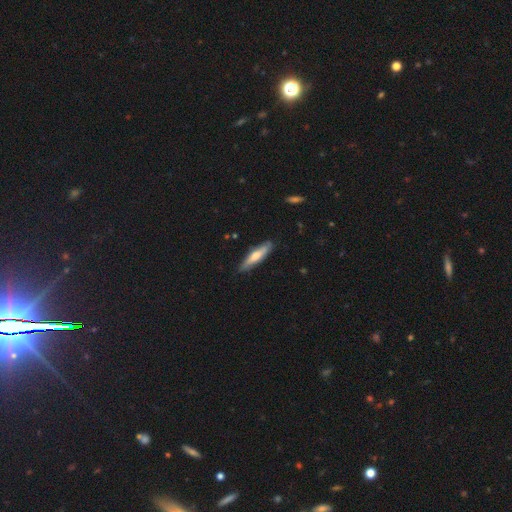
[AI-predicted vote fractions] smooth-or-featured: smooth: 57% | featured or disk: 38% | star or artifact: 5%
  how-rounded: cigar-shaped: 75% | in between: 24% | round: 1%
  merging: none: 82% | minor disturbance: 15% | major disturbance: 2% | merger: 1%